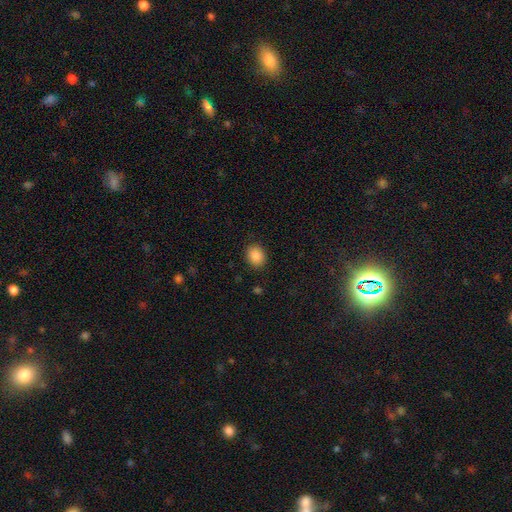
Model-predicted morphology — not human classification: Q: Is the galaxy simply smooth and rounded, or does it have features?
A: smooth — 88%.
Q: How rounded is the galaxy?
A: in between — 52%.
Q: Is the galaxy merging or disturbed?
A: none — 88%.